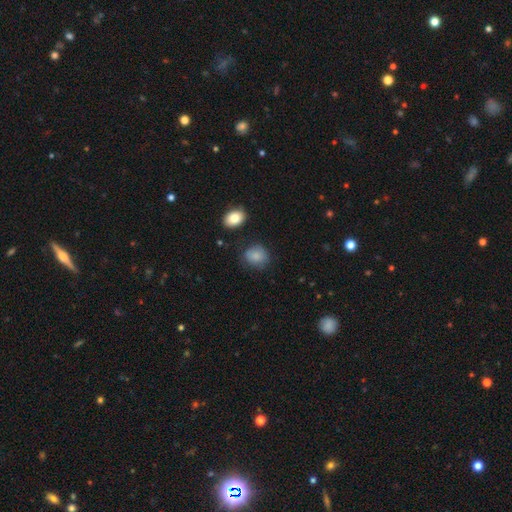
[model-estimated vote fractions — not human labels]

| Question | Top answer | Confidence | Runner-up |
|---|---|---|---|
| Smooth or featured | smooth | 84% | star or artifact (9%) |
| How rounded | round | 68% | in between (31%) |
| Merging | none | 71% | minor disturbance (20%) |